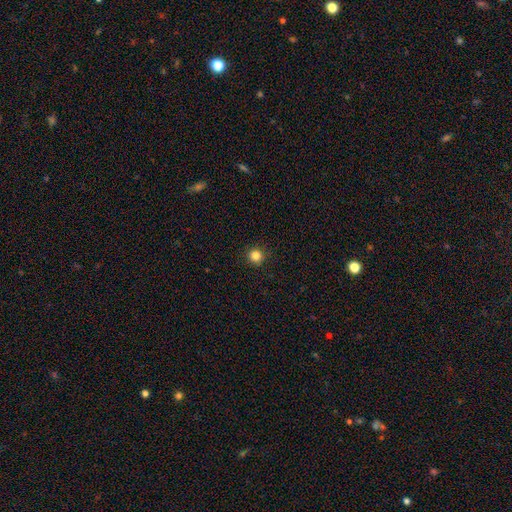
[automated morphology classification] This is clearly a smooth galaxy (85%). How rounded: clearly round (94%). Merging: clearly none (92%).